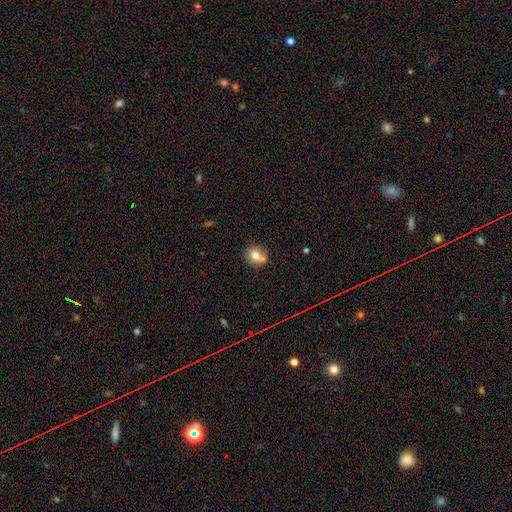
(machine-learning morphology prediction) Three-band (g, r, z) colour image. It shows a smooth galaxy with no disk features (74%) that is round (78%). Merging: none (56%).